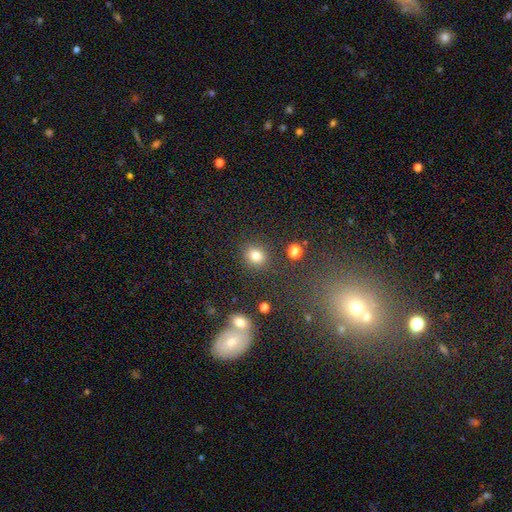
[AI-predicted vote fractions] A smooth galaxy with no disk features (81%) that is round (75%). Merging: none (85%).